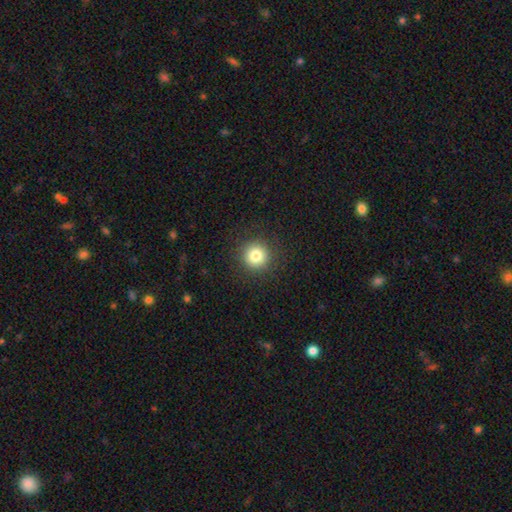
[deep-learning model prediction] smooth-or-featured: smooth: 82% | star or artifact: 11% | featured or disk: 7%
  how-rounded: round: 95% | in between: 4% | cigar-shaped: 1%
  merging: none: 91% | minor disturbance: 6% | major disturbance: 2% | merger: 1%